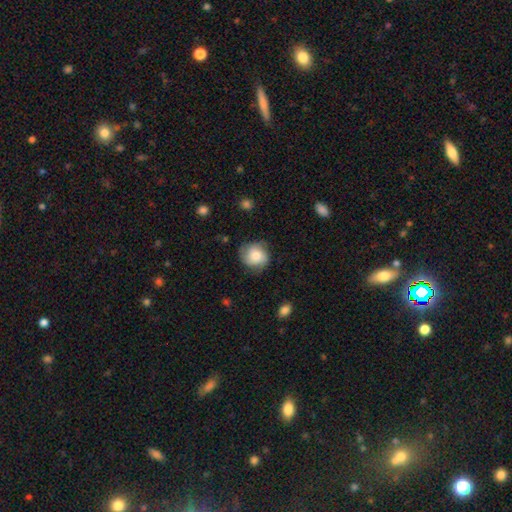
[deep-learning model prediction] Smooth or featured: smooth — 59% (featured or disk — 33%)
How rounded: round — 81% (in between — 18%)
Merging: none — 69% (minor disturbance — 22%)